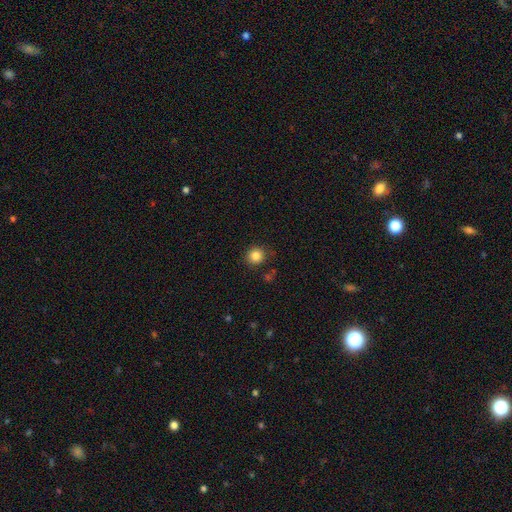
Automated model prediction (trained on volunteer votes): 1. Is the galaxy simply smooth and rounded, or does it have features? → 85% smooth, 11% star or artifact, 4% featured or disk.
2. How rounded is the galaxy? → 92% round, 7% in between, 1% cigar-shaped.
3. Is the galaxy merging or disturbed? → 86% none, 9% minor disturbance, 3% major disturbance, 2% merger.